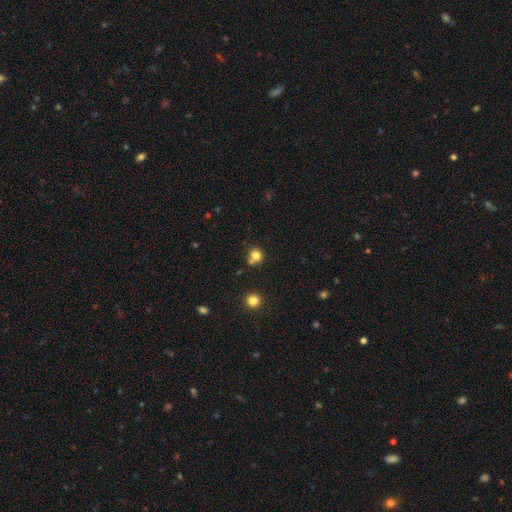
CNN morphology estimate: A smooth galaxy with no disk features (79%) that is round (88%). Merging: none (66%).